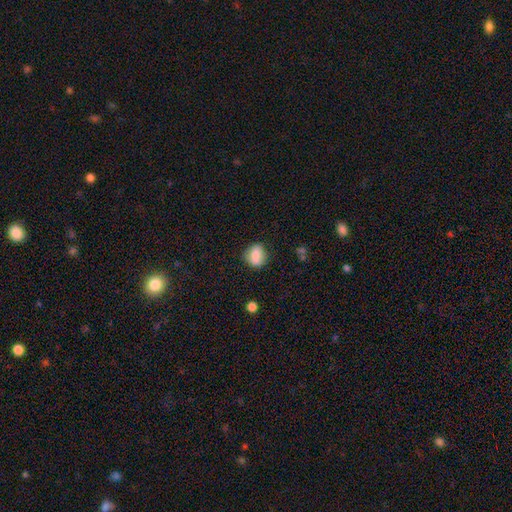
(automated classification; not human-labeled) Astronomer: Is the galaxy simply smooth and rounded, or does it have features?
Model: smooth — 81%.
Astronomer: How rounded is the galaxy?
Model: in between — 50% (runner-up: round, 46%).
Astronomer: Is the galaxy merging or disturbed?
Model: none — 79%.